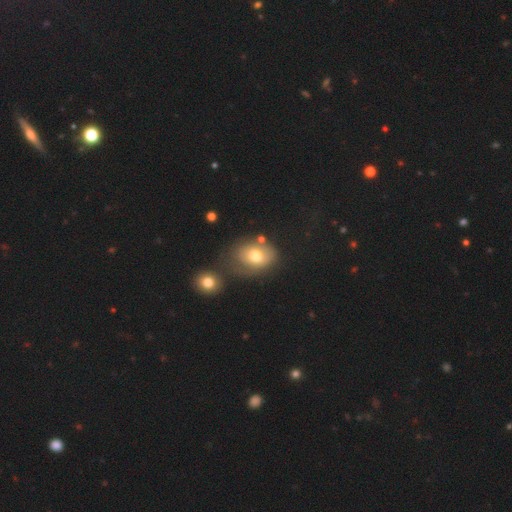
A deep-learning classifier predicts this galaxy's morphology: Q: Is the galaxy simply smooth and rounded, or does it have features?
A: smooth — 67%.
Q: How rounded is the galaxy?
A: in between — 61%.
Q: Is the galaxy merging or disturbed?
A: none — 49%.